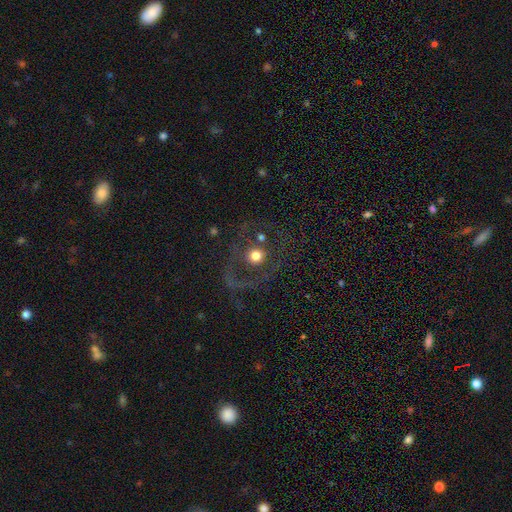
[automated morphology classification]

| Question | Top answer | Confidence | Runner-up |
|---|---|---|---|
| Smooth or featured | smooth | 45% | featured or disk (43%) |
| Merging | none | 68% | major disturbance (16%) |